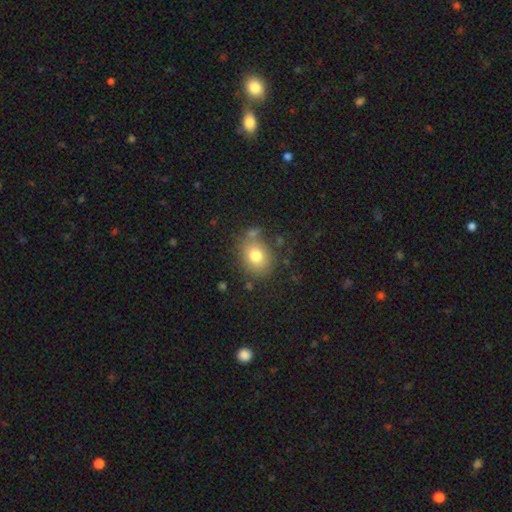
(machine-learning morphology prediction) Smooth or featured? smooth (77%)
How rounded? round (57%)
Merging? none (70%)